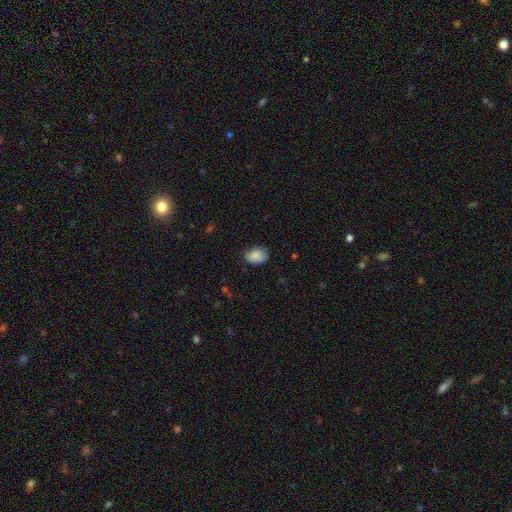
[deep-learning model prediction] A smooth galaxy with no disk features (86%) that is in between round and cigar-shaped (78%). Merging: none (73%).